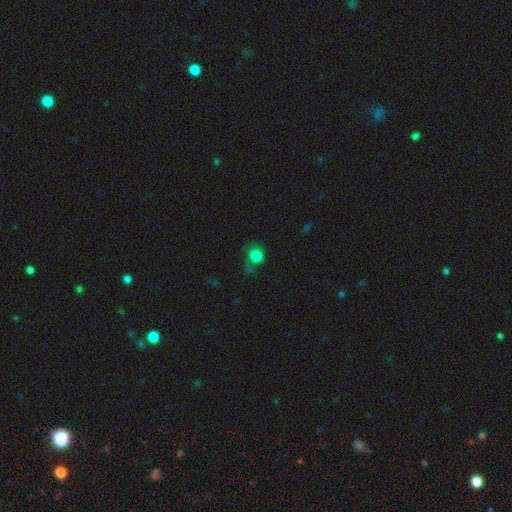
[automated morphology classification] Smooth or featured?
  - smooth: 79% *
  - star or artifact: 11%
  - featured or disk: 9%
How rounded?
  - round: 78% *
  - in between: 21%
  - cigar-shaped: 1%
Merging?
  - none: 52% *
  - minor disturbance: 27%
  - major disturbance: 18%
  - merger: 3%